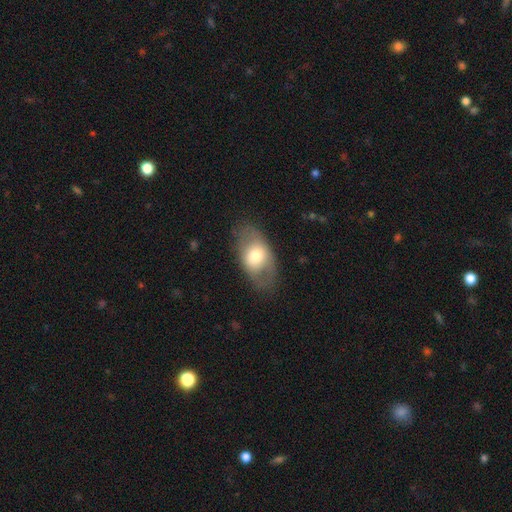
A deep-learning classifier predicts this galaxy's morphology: smooth 59%, featured or disk 34%, star or artifact 7%. Down the decision tree: how rounded — in between (86%); merging — none (74%).